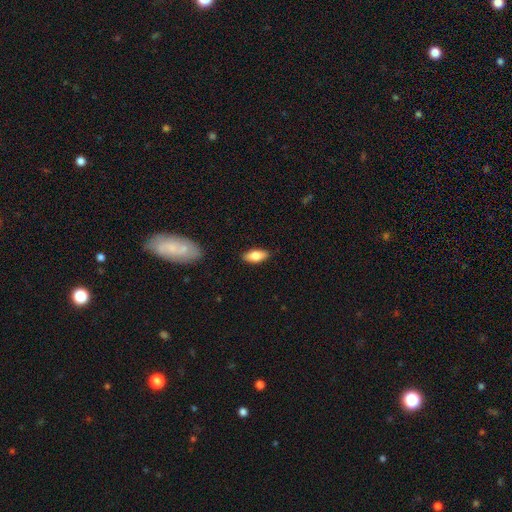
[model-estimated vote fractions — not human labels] Overall: smooth (79%). How rounded: in between (85%). Merging: none (87%).